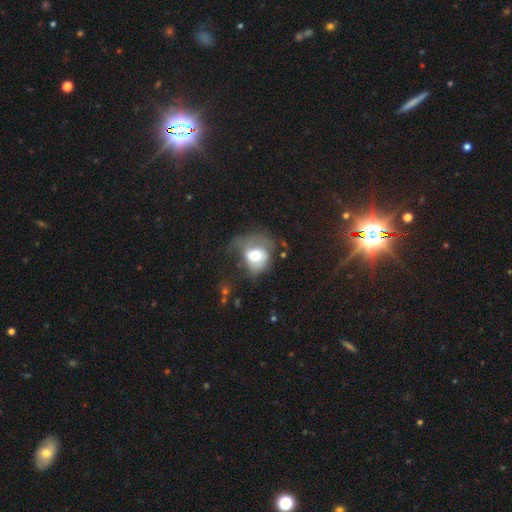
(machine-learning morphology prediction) Smooth or featured? smooth (57%)
How rounded? round (63%)
Merging? major disturbance (48%)